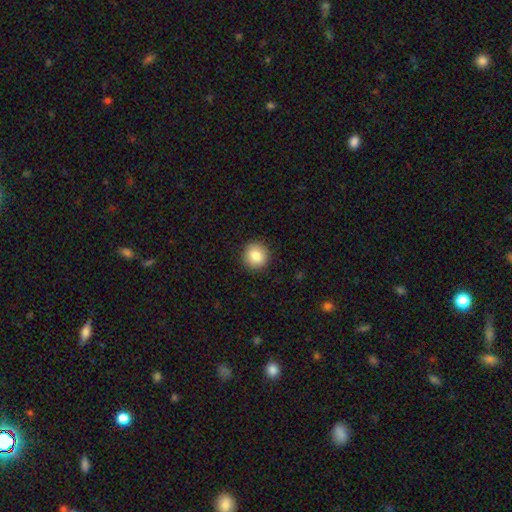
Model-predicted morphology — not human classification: Smooth or featured?
  - smooth: 84% *
  - star or artifact: 9%
  - featured or disk: 7%
How rounded?
  - round: 93% *
  - in between: 6%
  - cigar-shaped: 1%
Merging?
  - none: 92% *
  - minor disturbance: 5%
  - major disturbance: 2%
  - merger: 1%